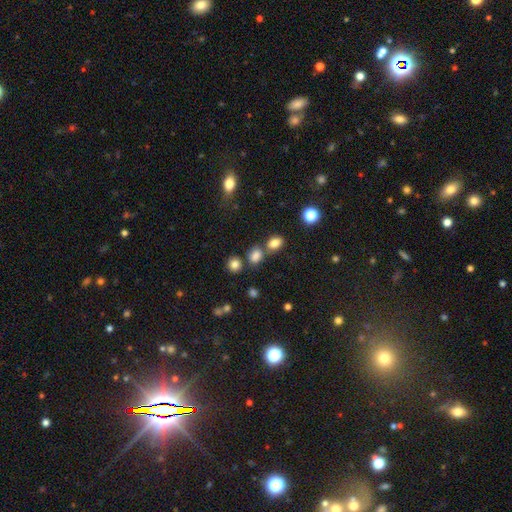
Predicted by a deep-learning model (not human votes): Smooth or featured? Predicted: smooth (p=0.80). How rounded? Predicted: in between (p=0.59). Merging? Predicted: none (p=0.60).